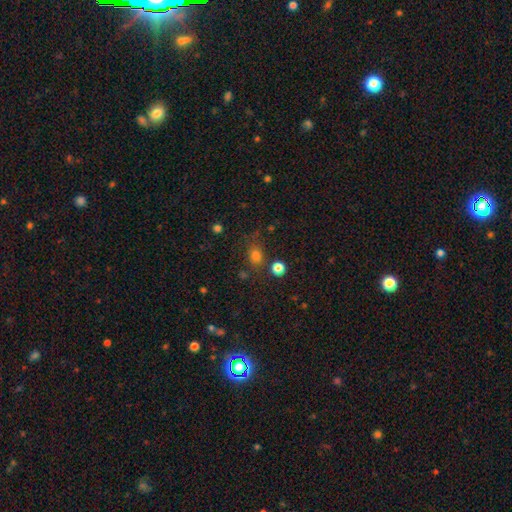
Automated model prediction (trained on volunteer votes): Overall: smooth (72%). How rounded: round (60%; in between 38%). Merging: none (74%).